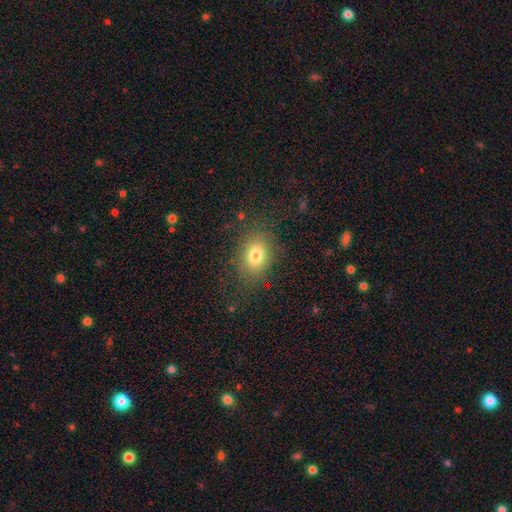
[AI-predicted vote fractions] smooth_or_featured: smooth (p=0.77) [alt: star or artifact p=0.12]
how_rounded: in between (p=0.63) [alt: round p=0.36]
merging: none (p=0.79) [alt: minor disturbance p=0.13]